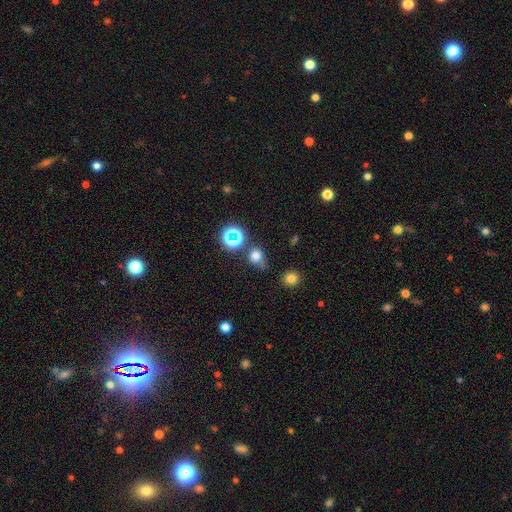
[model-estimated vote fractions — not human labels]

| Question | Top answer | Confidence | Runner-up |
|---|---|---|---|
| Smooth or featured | smooth | 67% | star or artifact (24%) |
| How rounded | round | 72% | in between (26%) |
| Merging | none | 56% | minor disturbance (23%) |